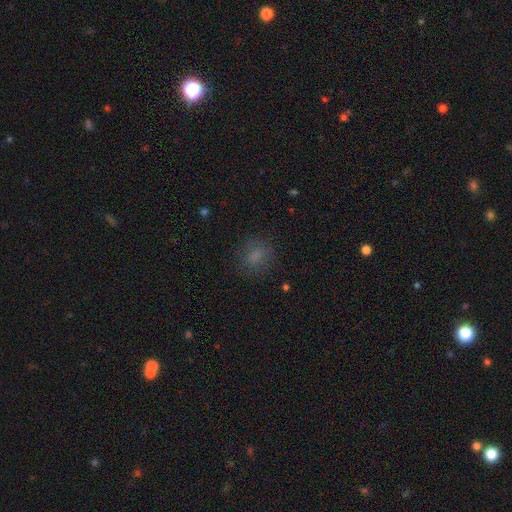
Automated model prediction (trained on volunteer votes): Smooth or featured? Predicted: smooth (p=0.75). How rounded? Predicted: round (p=0.70). Merging? Predicted: none (p=0.78).